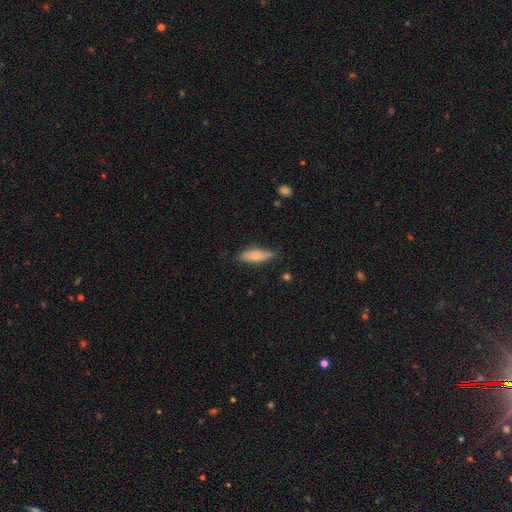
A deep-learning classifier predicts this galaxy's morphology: type=smooth (78%); roundness=in between (52%); merging=none (77%).